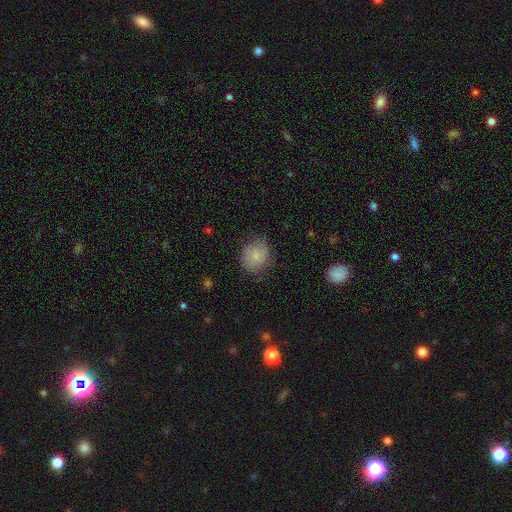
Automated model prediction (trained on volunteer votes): Smooth or featured? smooth (81%)
How rounded? round (79%)
Merging? none (73%)